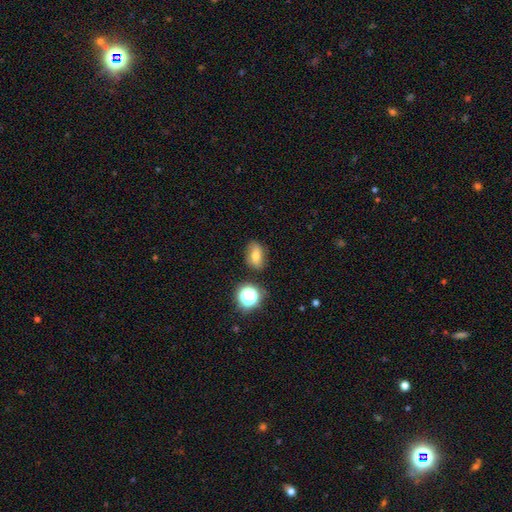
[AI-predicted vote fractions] smooth-or-featured: smooth: 64% | featured or disk: 19% | star or artifact: 17%
  how-rounded: in between: 68% | round: 29% | cigar-shaped: 2%
  merging: none: 78% | minor disturbance: 15% | major disturbance: 4% | merger: 3%